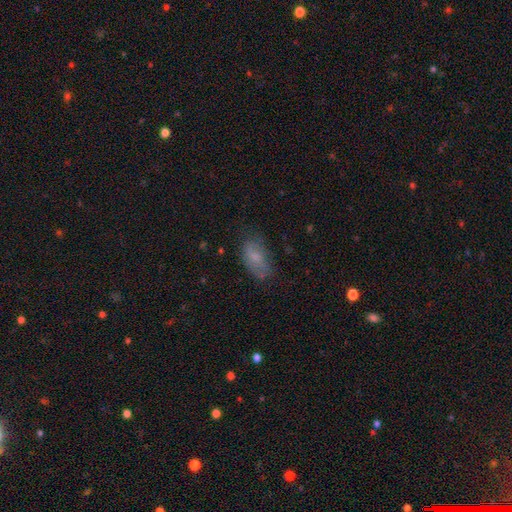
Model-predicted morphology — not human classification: smooth-or-featured: smooth: 58% | featured or disk: 25% | star or artifact: 17%
  how-rounded: in between: 88% | round: 6% | cigar-shaped: 5%
  merging: none: 71% | minor disturbance: 20% | major disturbance: 7% | merger: 2%